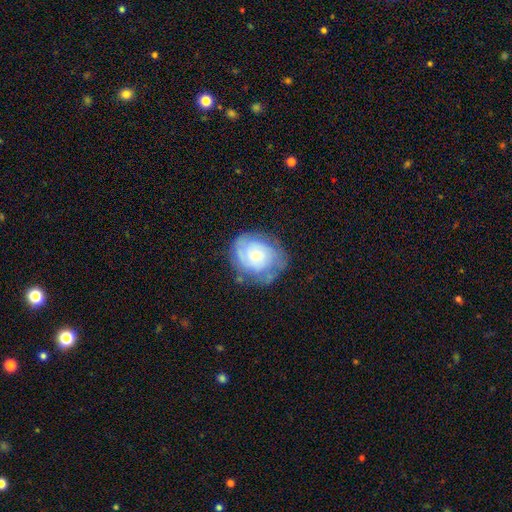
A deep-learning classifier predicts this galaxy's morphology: Overall: featured or disk (67%). Edge-on disk: no (98%). Bar: no (76%). Spiral arms: yes (87%). Spiral arm count: can't tell (38%; 2 33%). Spiral winding: tight (62%; medium 29%). Bulge size: small (48%; moderate 39%). Merging: none (65%).